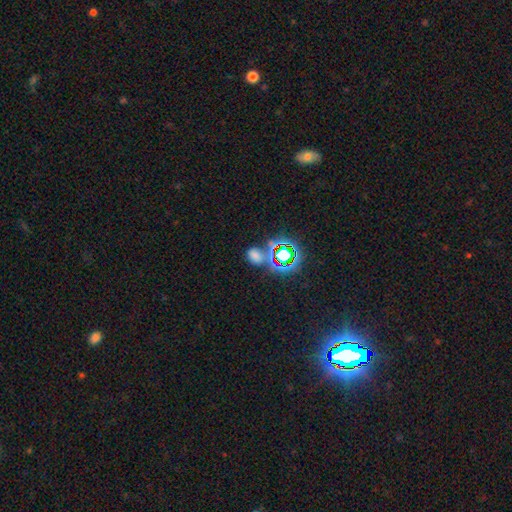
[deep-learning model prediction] A smooth galaxy with no disk features (54%) that is in between round and cigar-shaped (70%). Merging: none (56%).